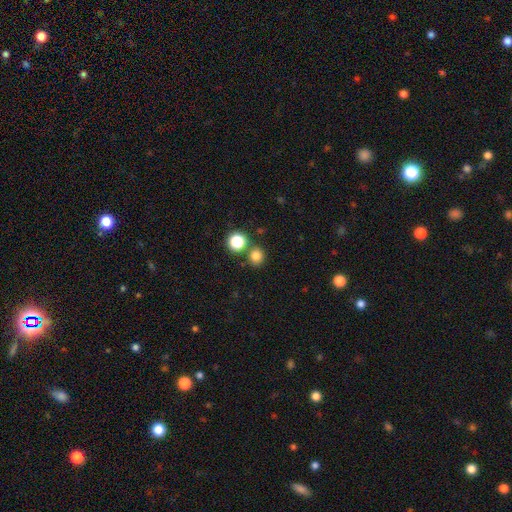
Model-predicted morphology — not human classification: type=smooth (79%); roundness=round (81%); merging=none (76%).